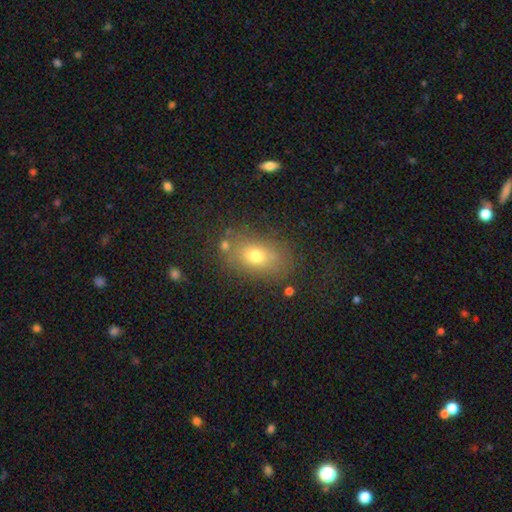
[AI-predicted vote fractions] smooth 70%, featured or disk 16%, star or artifact 14%. Down the decision tree: how rounded — in between (78%); merging — none (76%).